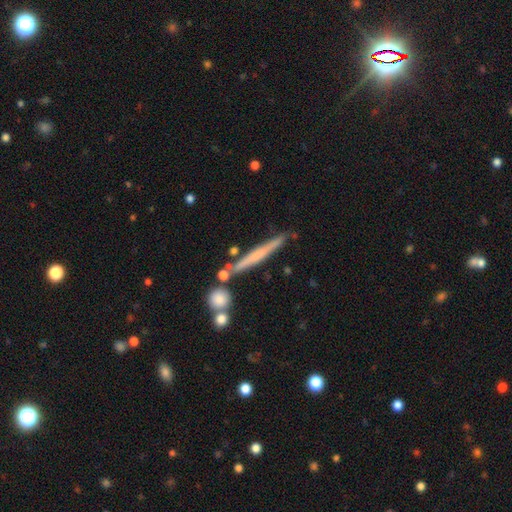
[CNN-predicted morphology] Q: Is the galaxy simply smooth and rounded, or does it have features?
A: featured or disk — 46%, tied with smooth.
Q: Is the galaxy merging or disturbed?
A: none — 80%.